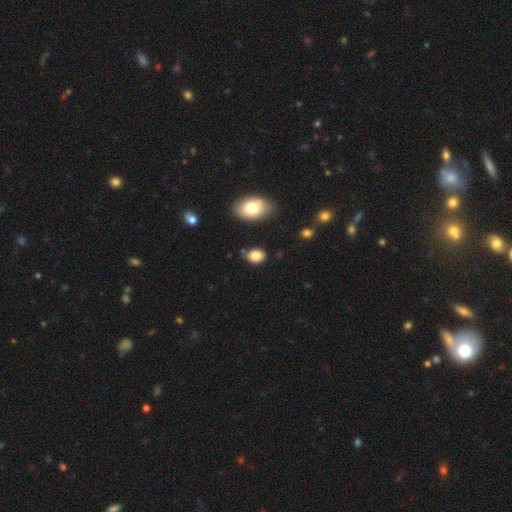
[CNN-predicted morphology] This appears to be a smooth galaxy with no disk features (83%) that is in between round and cigar-shaped (73%). Merging: none (74%).